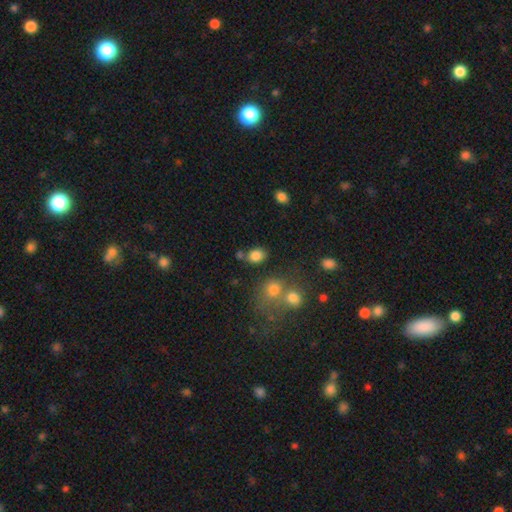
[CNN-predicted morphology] Smooth or featured? Predicted: smooth (p=0.83). How rounded? Predicted: in between (p=0.65). Merging? Predicted: none (p=0.67).